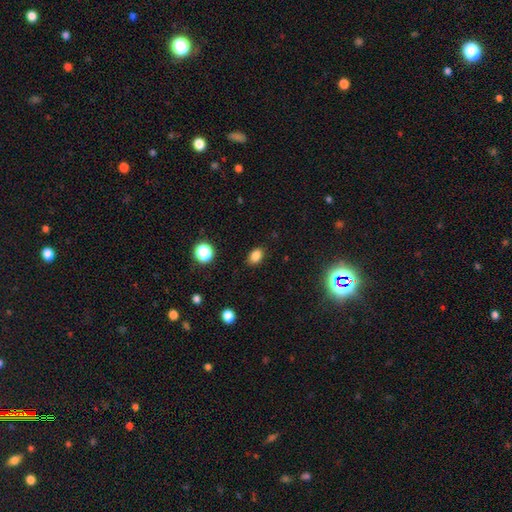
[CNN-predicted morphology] smooth_or_featured: smooth (p=0.83) [alt: star or artifact p=0.12]
how_rounded: in between (p=0.75) [alt: round p=0.23]
merging: none (p=0.86) [alt: minor disturbance p=0.10]